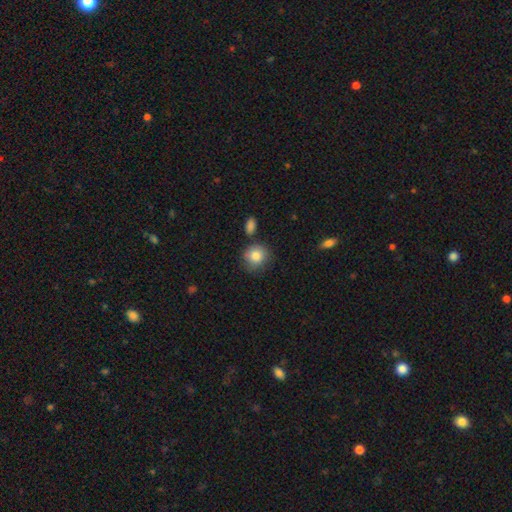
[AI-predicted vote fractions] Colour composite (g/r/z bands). It shows a smooth galaxy with no disk features (84%) that is round (83%). Merging: none (72%).